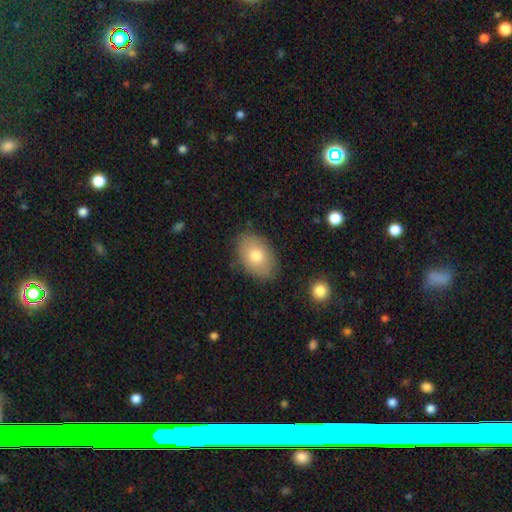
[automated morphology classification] The model was most divided on "smooth or featured": smooth: 76%, featured or disk: 17%, star or artifact: 7%. More confident: how rounded — in between (88%); merging — none (84%).